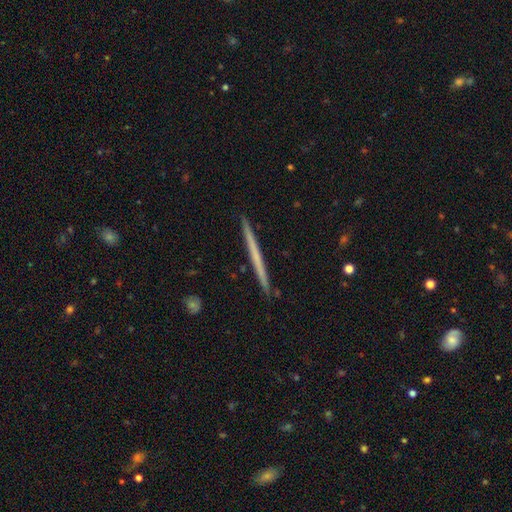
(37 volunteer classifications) Q: Smooth or featured?
A: featured or disk (51%); runner-up: smooth (46%)
Q: Edge-on disk?
A: yes (100%)
Q: Edge-on bulge?
A: none (89%); runner-up: rounded (11%)
Q: Merging?
A: none (97%); runner-up: merger (3%)